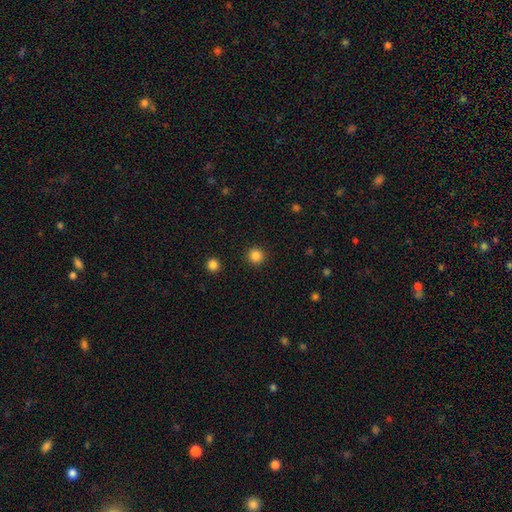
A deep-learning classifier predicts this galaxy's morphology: Overall: smooth (84%). How rounded: round (95%). Merging: none (92%).